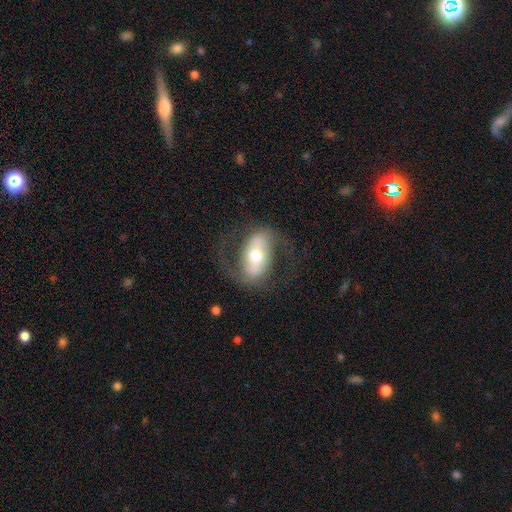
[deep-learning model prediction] Morphology: type=featured or disk (75%); edge-on=no (93%); bar=strong (51%); spiral arms=yes (80%); winding=medium (46%); arm count=2 (88%); bulge=moderate (68%); merging=none (71%).